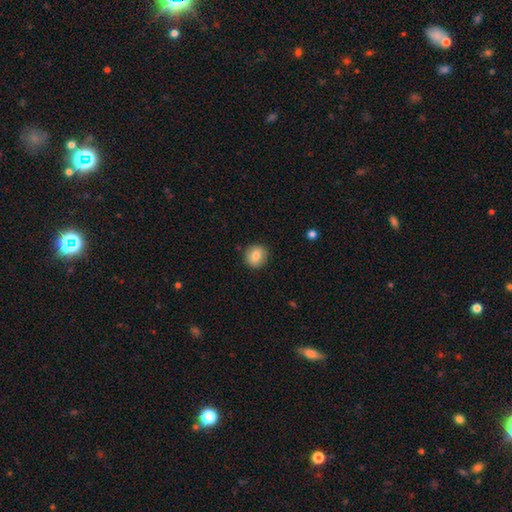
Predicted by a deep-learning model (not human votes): The model was most divided on "smooth or featured": smooth: 82%, featured or disk: 10%, star or artifact: 8%. More confident: merging — none (89%); how rounded — round (88%).